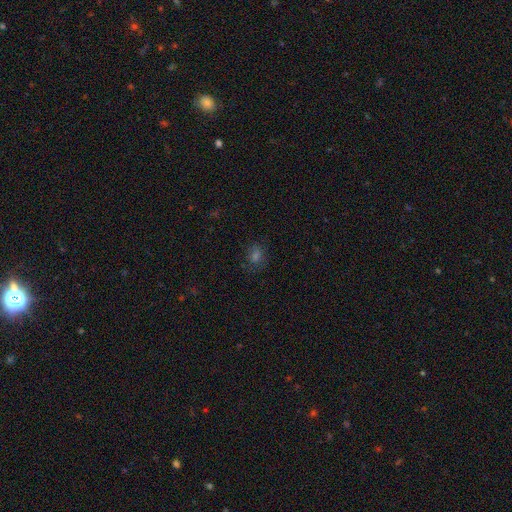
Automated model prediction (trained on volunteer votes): Smooth or featured?
  - smooth: 54% *
  - star or artifact: 32%
  - featured or disk: 14%
How rounded?
  - round: 58% *
  - in between: 41%
  - cigar-shaped: 2%
Merging?
  - none: 77% *
  - minor disturbance: 14%
  - major disturbance: 7%
  - merger: 2%